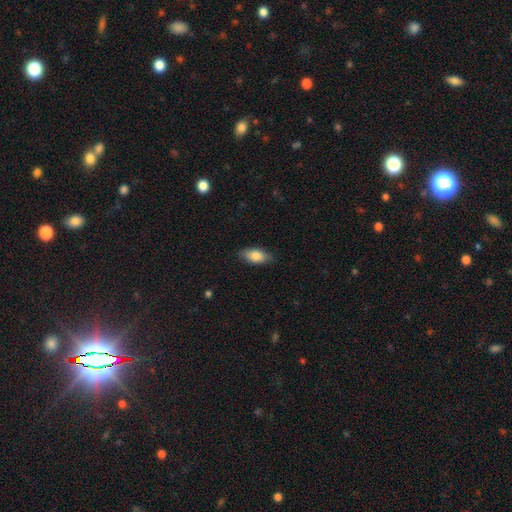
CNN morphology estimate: Smooth or featured: smooth — 81% (featured or disk — 13%)
How rounded: in between — 88% (cigar-shaped — 8%)
Merging: none — 84% (minor disturbance — 13%)